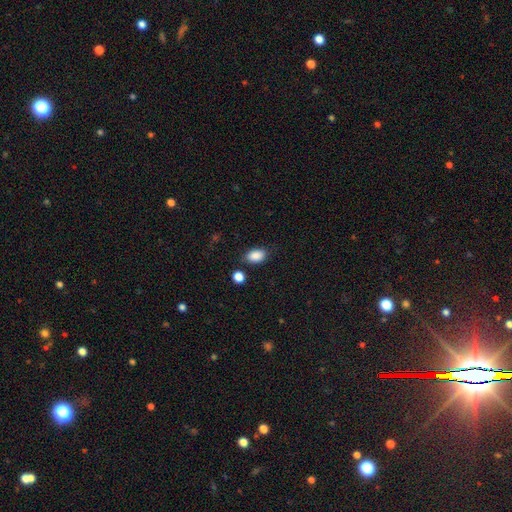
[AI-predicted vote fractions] Overall: smooth (88%). How rounded: in between (87%). Merging: none (78%).